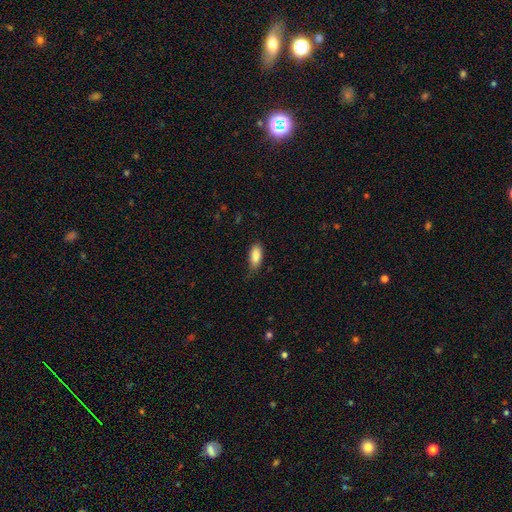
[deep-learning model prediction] Overall: smooth (87%). How rounded: in between (85%). Merging: none (68%).